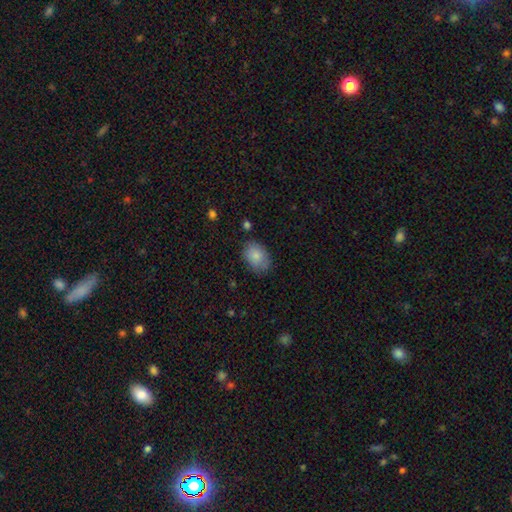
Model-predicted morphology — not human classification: This appears to be a smooth galaxy with no disk features (84%) that is in between round and cigar-shaped (78%). Merging: none (77%).